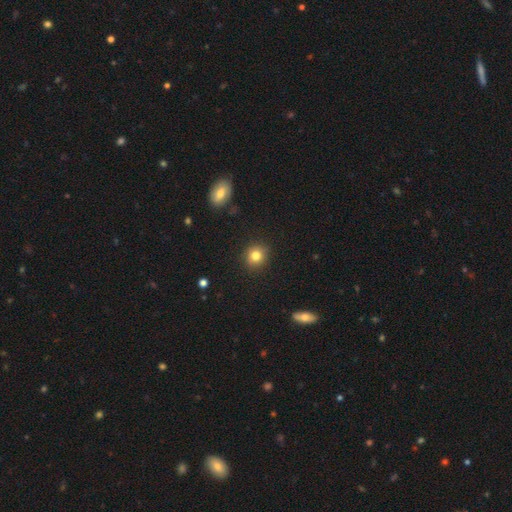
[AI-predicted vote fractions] smooth 82%, star or artifact 12%, featured or disk 7%. Down the decision tree: how rounded — round (86%); merging — none (88%).